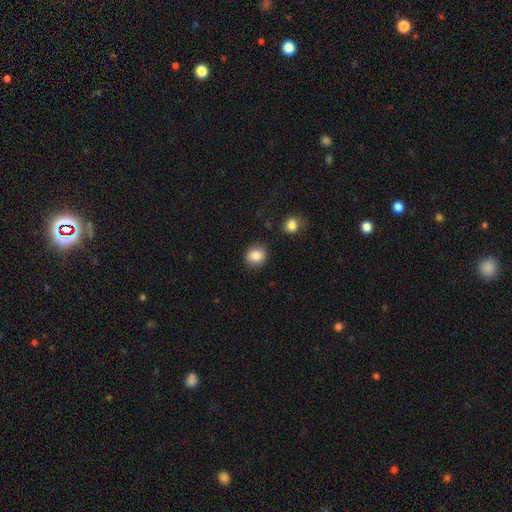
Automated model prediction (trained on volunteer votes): The model was most divided on "how rounded": round: 81%, in between: 18%, cigar-shaped: 1%. More confident: merging — none (86%); smooth or featured — smooth (86%).